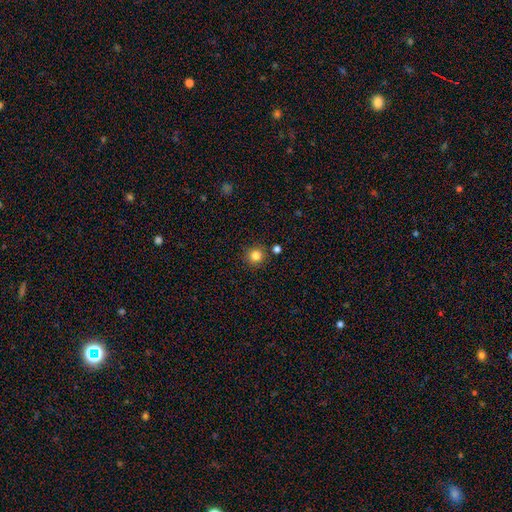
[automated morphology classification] smooth_or_featured: smooth (p=0.83) [alt: star or artifact p=0.12]
how_rounded: round (p=0.94) [alt: in between p=0.05]
merging: none (p=0.87) [alt: minor disturbance p=0.07]